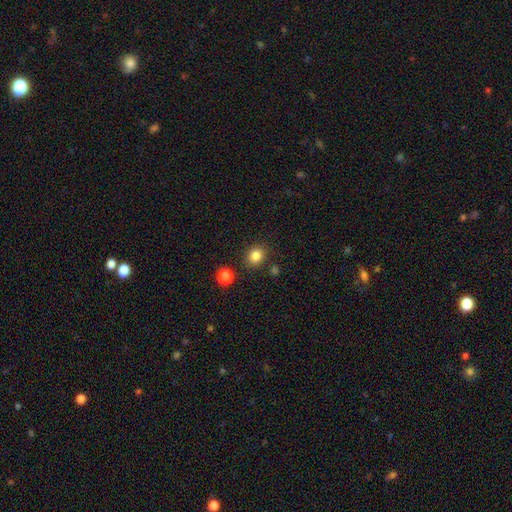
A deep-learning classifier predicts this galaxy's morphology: Q: Smooth or featured?
A: smooth (84%); runner-up: star or artifact (11%)
Q: How rounded?
A: round (61%); runner-up: in between (38%)
Q: Merging?
A: none (84%); runner-up: minor disturbance (9%)